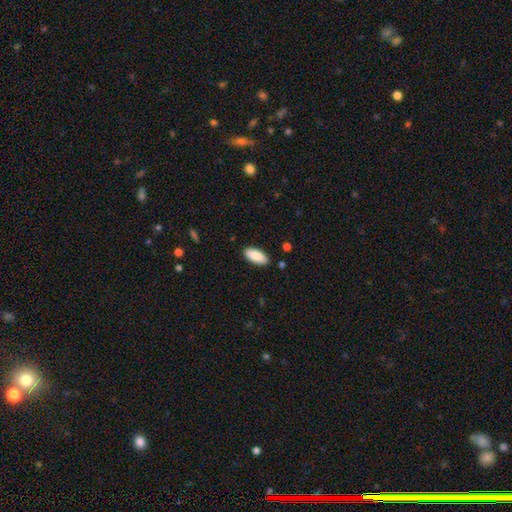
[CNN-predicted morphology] This appears to be a smooth galaxy with no disk features (89%) that is in between round and cigar-shaped (87%). Merging: none (88%).